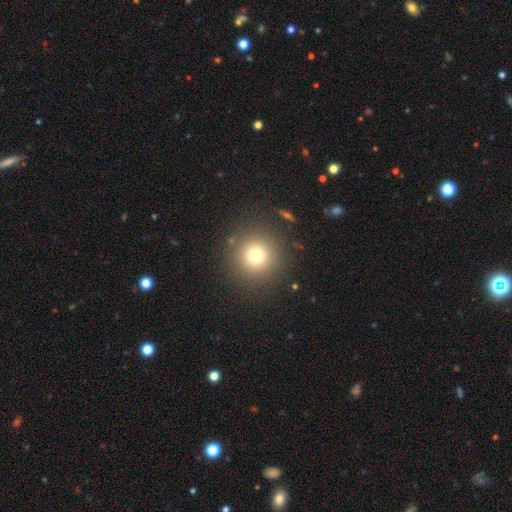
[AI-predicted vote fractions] Smooth or featured? smooth (73%)
How rounded? round (96%)
Merging? none (89%)